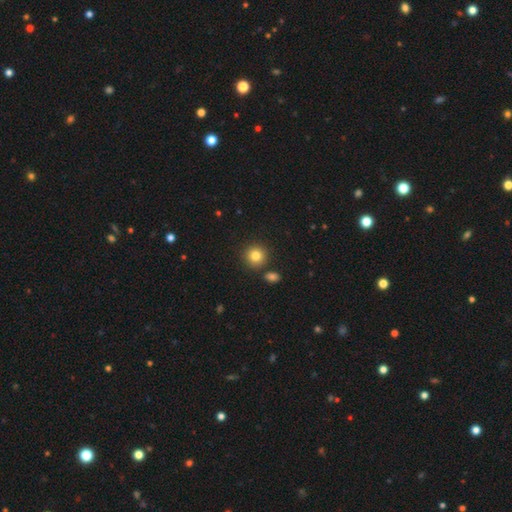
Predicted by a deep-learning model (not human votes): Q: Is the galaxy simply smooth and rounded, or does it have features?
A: smooth — 83%.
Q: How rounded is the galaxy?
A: round — 92%.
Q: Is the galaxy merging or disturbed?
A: none — 84%.